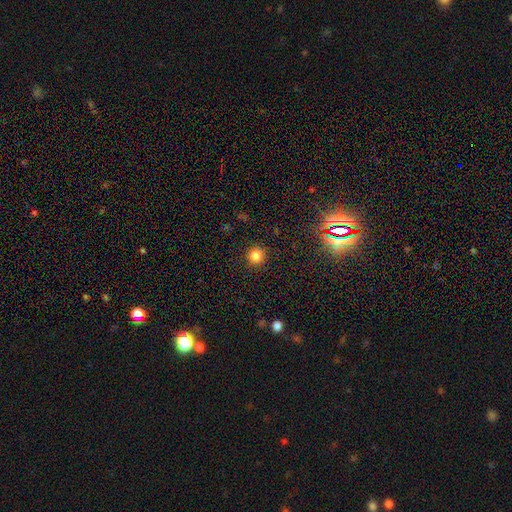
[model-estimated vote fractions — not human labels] The model was most divided on "smooth or featured": smooth: 80%, star or artifact: 15%, featured or disk: 5%. More confident: how rounded — round (94%); merging — none (91%).